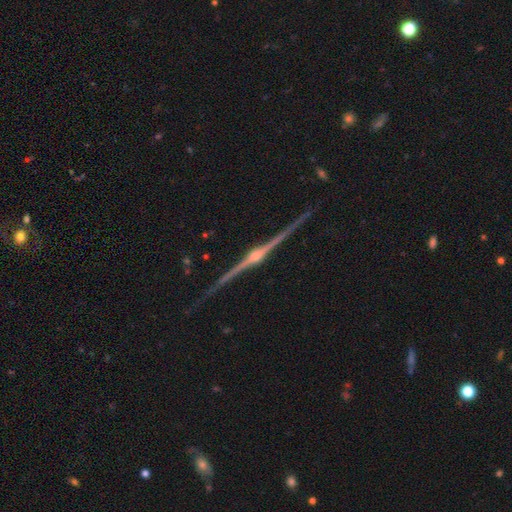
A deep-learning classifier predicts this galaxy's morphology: A featured or disk galaxy (92%) viewed edge-on (99%) with a rounded central bulge (92%).

Vote fractions:
- Smooth or featured? featured or disk: 92% / star or artifact: 5% / smooth: 3%
- Edge-on disk? yes: 99% / no: 1%
- Edge-on bulge? rounded: 92% / boxy: 4% / none: 4%
- Merging? none: 89% / minor disturbance: 8% / major disturbance: 2% / merger: 1%